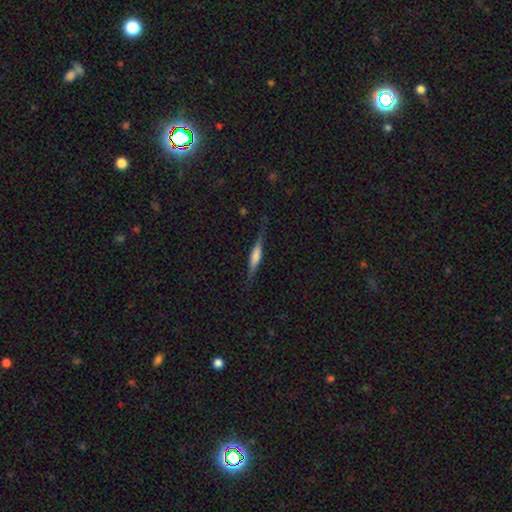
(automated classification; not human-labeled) Morphology: type=featured or disk (53%); edge-on=yes (95%); edge-on bulge=rounded (44%); merging=none (81%).